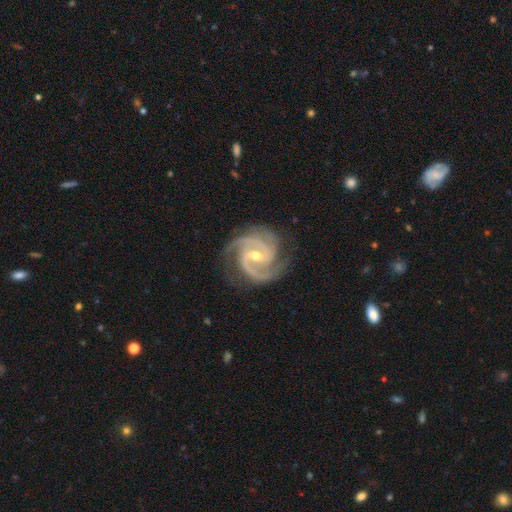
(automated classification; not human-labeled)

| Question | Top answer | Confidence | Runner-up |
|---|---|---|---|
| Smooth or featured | featured or disk | 94% | star or artifact (4%) |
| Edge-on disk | no | 98% | yes (2%) |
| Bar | weak | 46% | no (27%) |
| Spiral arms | yes | 99% | no (1%) |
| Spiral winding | medium | 49% | tight (46%) |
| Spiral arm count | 2 | 47% | 3 (39%) |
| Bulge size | small | 50% | moderate (48%) |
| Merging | none | 79% | minor disturbance (15%) |